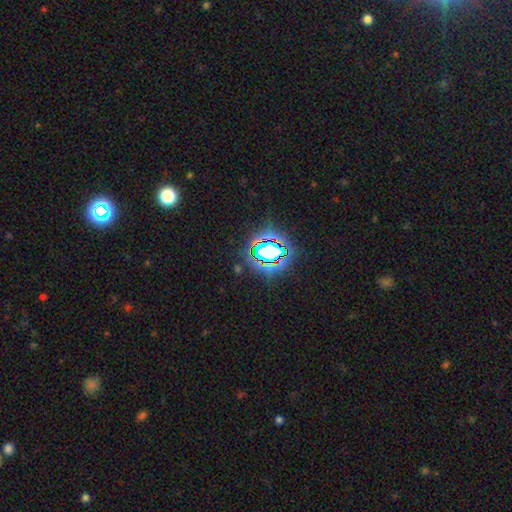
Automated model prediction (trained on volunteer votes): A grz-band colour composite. It shows a star or artifact, not a galaxy (78%).